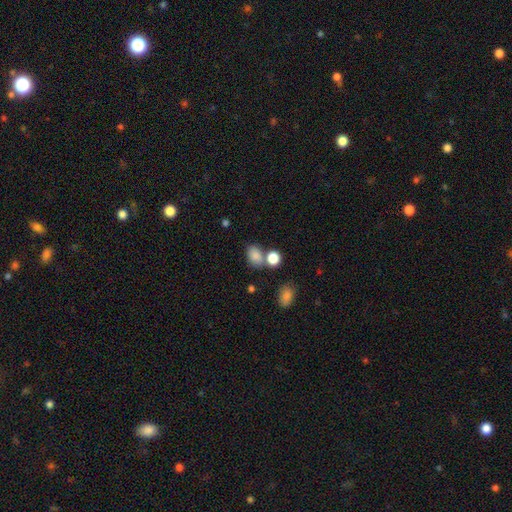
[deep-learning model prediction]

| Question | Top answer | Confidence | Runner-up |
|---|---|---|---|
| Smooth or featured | smooth | 82% | star or artifact (11%) |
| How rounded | in between | 73% | round (26%) |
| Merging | none | 56% | merger (25%) |